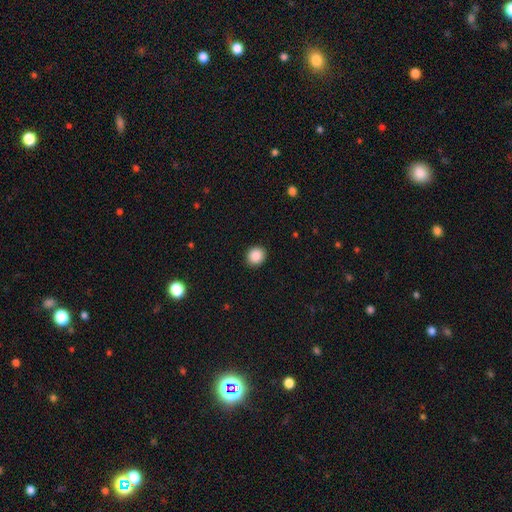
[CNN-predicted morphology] Overall: smooth (88%). How rounded: round (81%). Merging: none (91%).